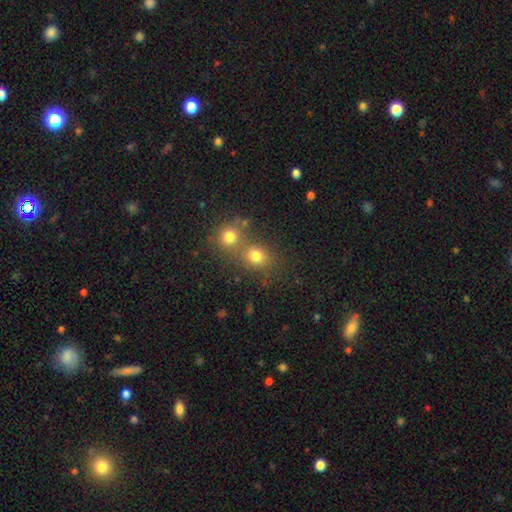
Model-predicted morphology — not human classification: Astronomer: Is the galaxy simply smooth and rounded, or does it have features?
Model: smooth — 75%.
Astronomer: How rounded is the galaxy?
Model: round — 74%.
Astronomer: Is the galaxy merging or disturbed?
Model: none — 48% (runner-up: merger, 42%).